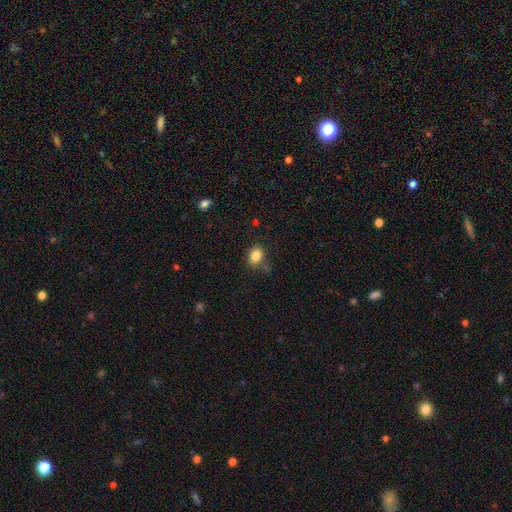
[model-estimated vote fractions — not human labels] Smooth or featured? Predicted: smooth (p=0.83). How rounded? Predicted: in between (p=0.57). Merging? Predicted: none (p=0.70).